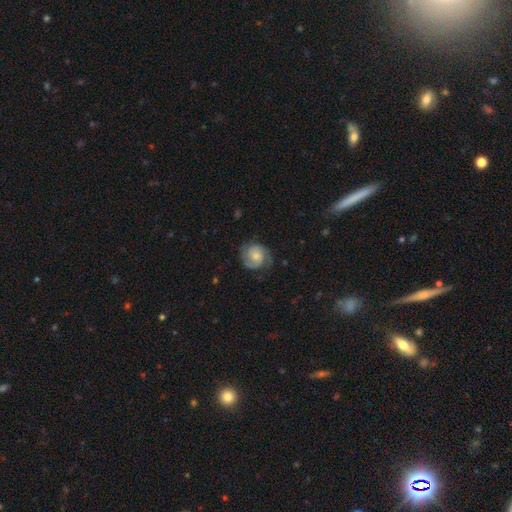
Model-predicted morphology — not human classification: smooth_or_featured: featured or disk (p=0.72) [alt: smooth p=0.22]
disk_edge_on: no (p=0.98) [alt: yes p=0.02]
bar: no (p=0.63) [alt: weak p=0.32]
has_spiral_arms: yes (p=0.95) [alt: no p=0.05]
spiral_winding: tight (p=0.49) [alt: medium p=0.40]
spiral_arm_count: 2 (p=0.79) [alt: can't tell p=0.09]
bulge_size: small (p=0.44) [alt: moderate p=0.43]
merging: none (p=0.74) [alt: minor disturbance p=0.18]